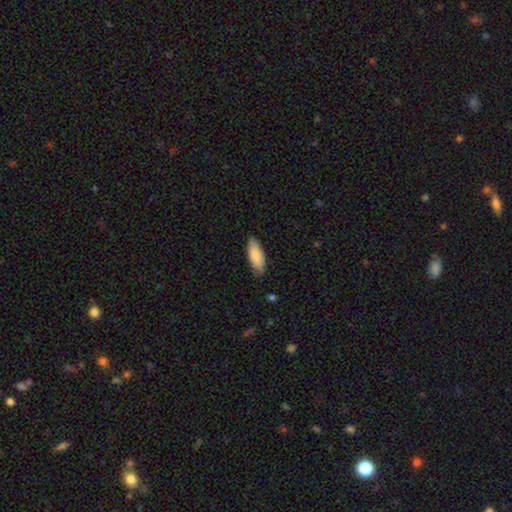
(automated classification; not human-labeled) This is clearly a smooth galaxy (83%). How rounded: likely in between (71%). Merging: clearly none (86%).